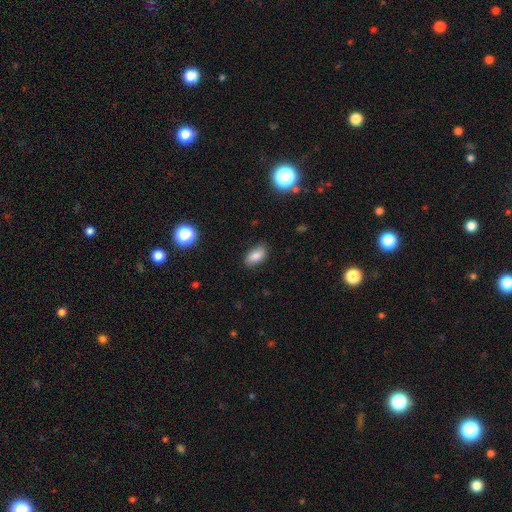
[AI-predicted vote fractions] This appears to be a smooth galaxy with no disk features (82%) that is in between round and cigar-shaped (90%). Merging: none (84%).